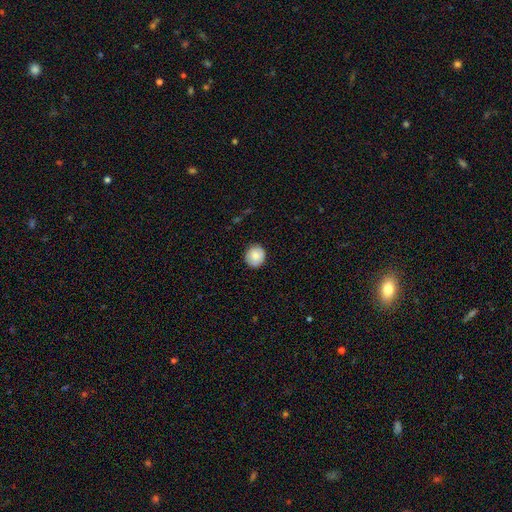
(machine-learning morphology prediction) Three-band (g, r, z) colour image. It shows a smooth galaxy with no disk features (83%) that is round (89%). Merging: none (88%).